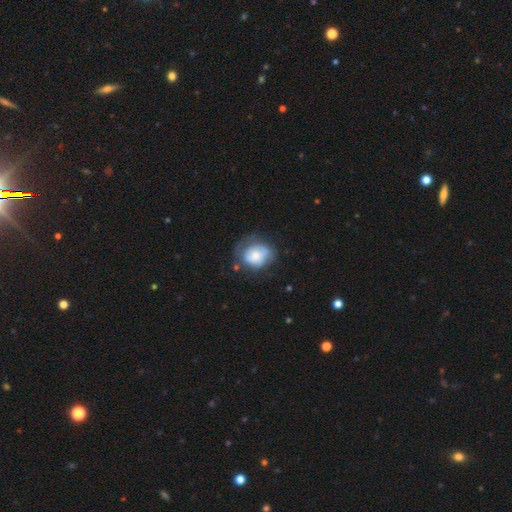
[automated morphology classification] Smooth or featured?
  - smooth: 60% *
  - featured or disk: 32%
  - star or artifact: 8%
How rounded?
  - round: 59% *
  - in between: 40%
  - cigar-shaped: 1%
Merging?
  - none: 47% *
  - minor disturbance: 31%
  - major disturbance: 18%
  - merger: 3%